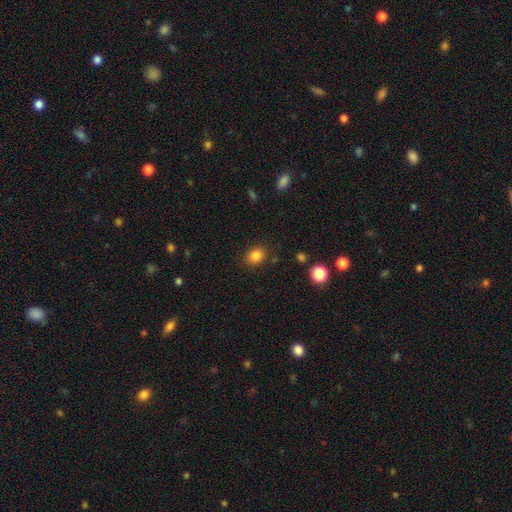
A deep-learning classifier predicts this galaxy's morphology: smooth_or_featured: smooth (p=0.84) [alt: star or artifact p=0.11]
how_rounded: in between (p=0.53) [alt: round p=0.46]
merging: none (p=0.85) [alt: minor disturbance p=0.10]